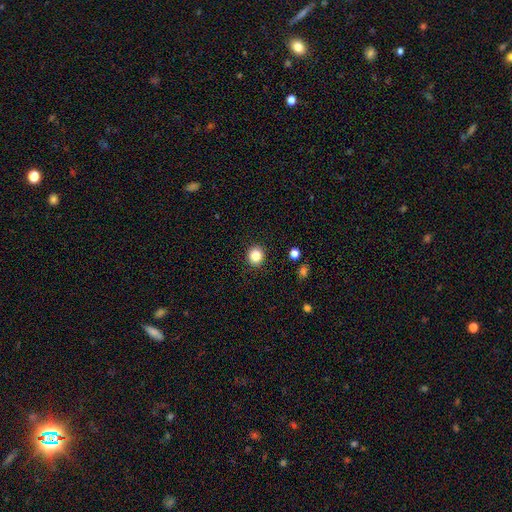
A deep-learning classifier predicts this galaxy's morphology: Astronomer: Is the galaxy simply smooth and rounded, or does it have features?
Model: smooth — 85%.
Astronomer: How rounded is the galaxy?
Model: round — 86%.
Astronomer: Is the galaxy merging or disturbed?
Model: none — 91%.